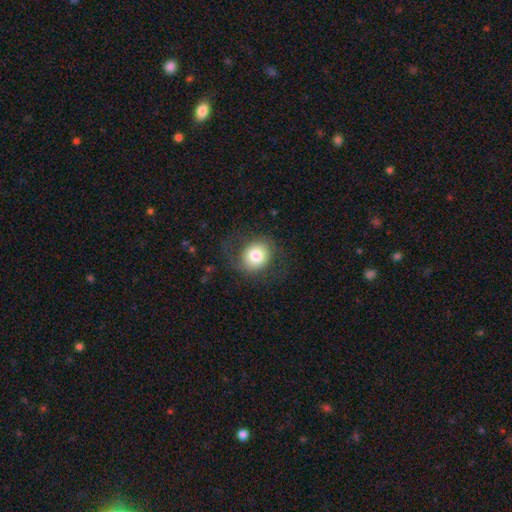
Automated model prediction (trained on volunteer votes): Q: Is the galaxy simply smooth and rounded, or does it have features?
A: smooth — 71%.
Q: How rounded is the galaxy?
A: round — 75%.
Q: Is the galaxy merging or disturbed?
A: none — 69%.